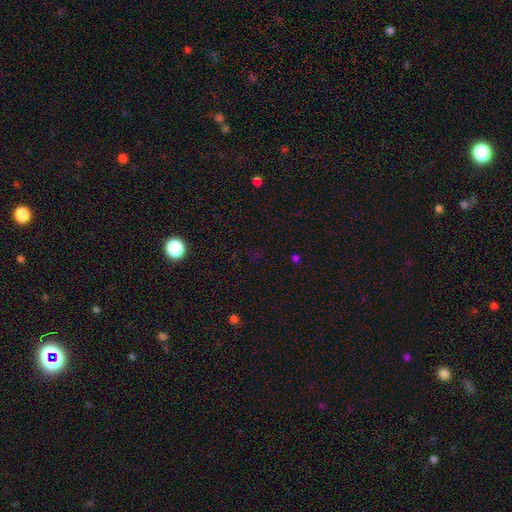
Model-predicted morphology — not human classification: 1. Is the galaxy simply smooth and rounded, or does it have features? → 64% star or artifact, 29% smooth, 7% featured or disk.